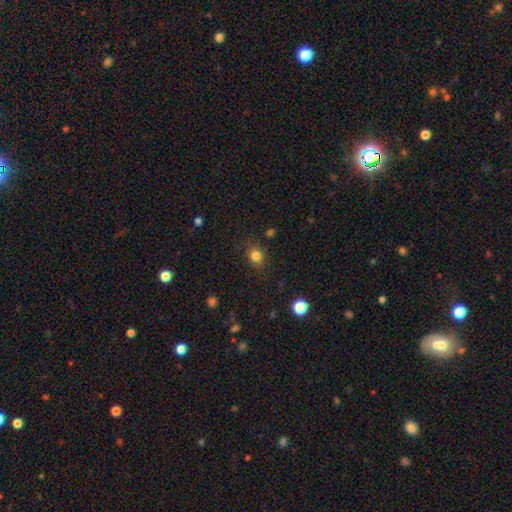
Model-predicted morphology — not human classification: Overall: smooth (83%). How rounded: round (73%). Merging: none (84%).